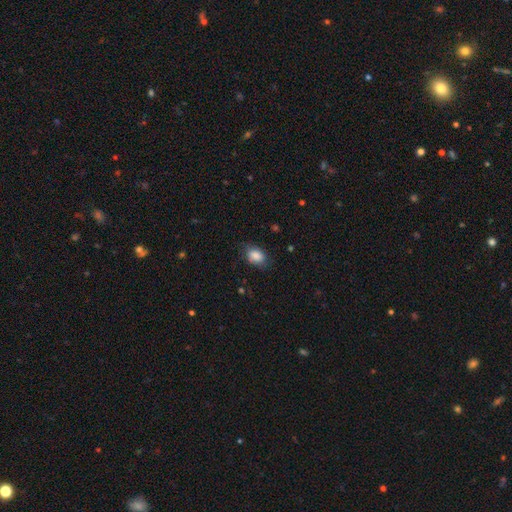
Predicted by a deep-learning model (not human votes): This is clearly a smooth galaxy (85%). How rounded: likely in between (77%). Merging: likely none (74%).